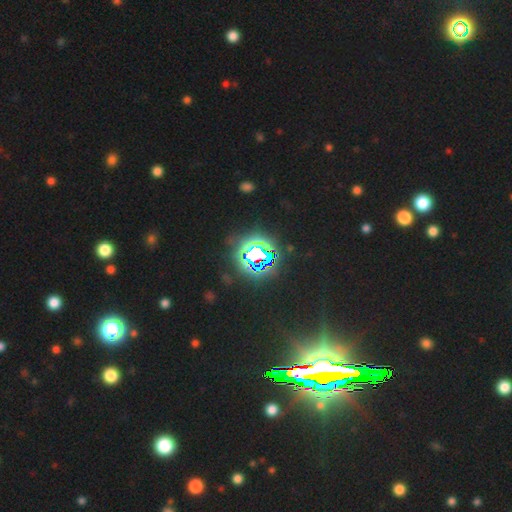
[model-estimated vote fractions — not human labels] Smooth or featured? Predicted: star or artifact (p=0.79).